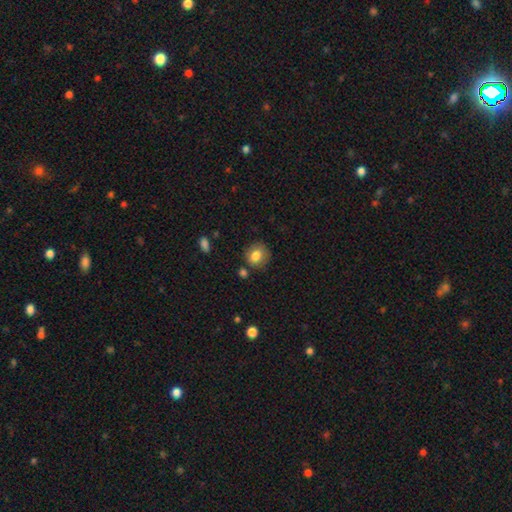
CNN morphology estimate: Overall: smooth (81%). How rounded: round (78%). Merging: none (76%).